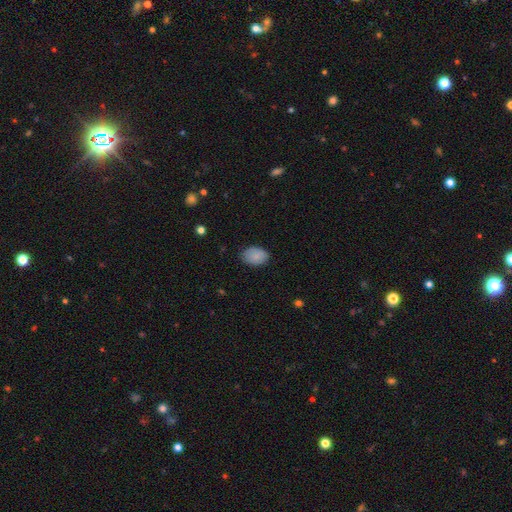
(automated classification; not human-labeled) smooth 84%, featured or disk 9%, star or artifact 7%. Down the decision tree: how rounded — in between (82%); merging — none (81%).